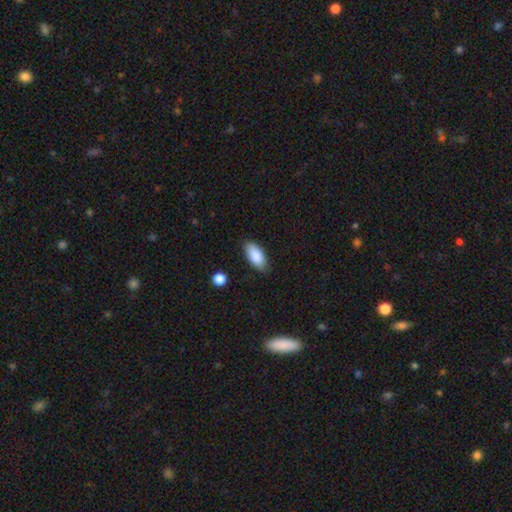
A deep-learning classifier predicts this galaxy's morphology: type=smooth (87%); roundness=in between (89%); merging=none (84%).